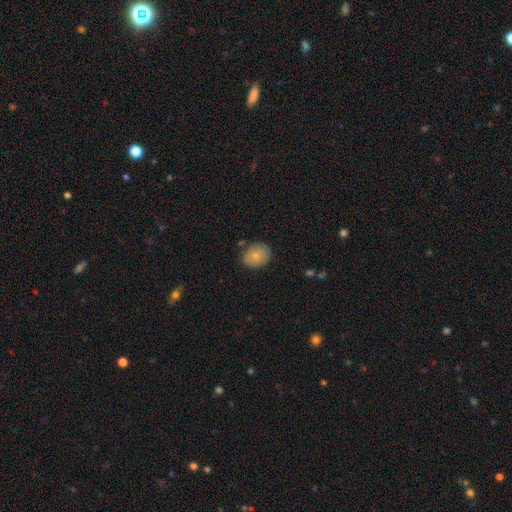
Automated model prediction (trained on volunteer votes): Smooth or featured: smooth — 76% (featured or disk — 17%)
How rounded: round — 54% (in between — 45%)
Merging: none — 76% (minor disturbance — 17%)